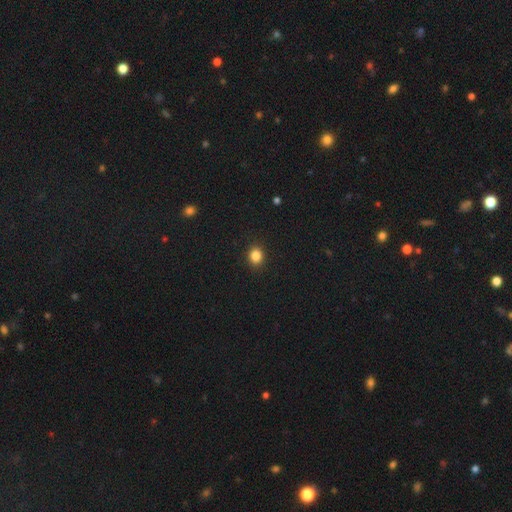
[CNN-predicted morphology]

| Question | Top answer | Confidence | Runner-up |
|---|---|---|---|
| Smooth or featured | smooth | 85% | star or artifact (11%) |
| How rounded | round | 68% | in between (31%) |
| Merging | none | 91% | minor disturbance (6%) |